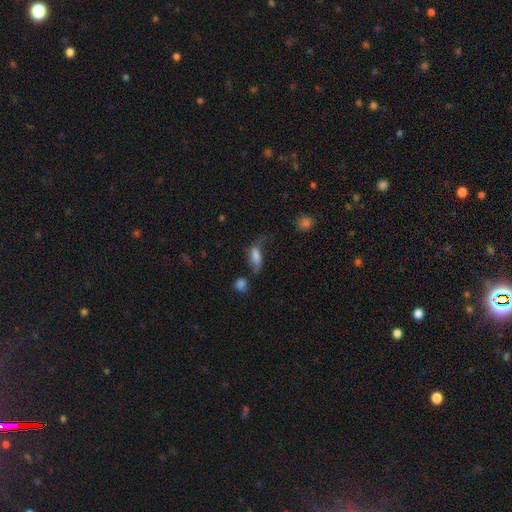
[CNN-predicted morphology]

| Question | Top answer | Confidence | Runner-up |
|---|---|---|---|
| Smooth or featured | smooth | 67% | featured or disk (23%) |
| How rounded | in between | 78% | cigar-shaped (18%) |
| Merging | major disturbance | 32% | none (31%) |